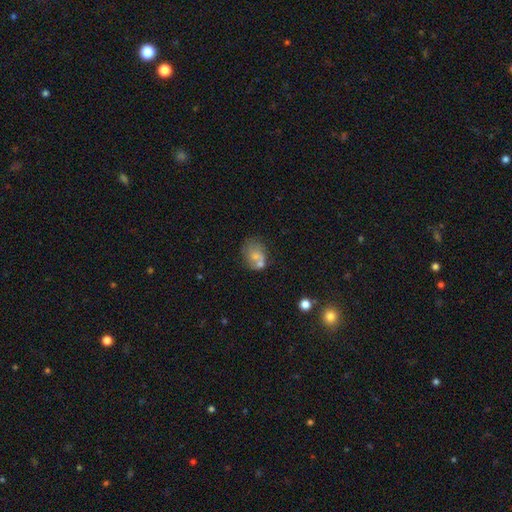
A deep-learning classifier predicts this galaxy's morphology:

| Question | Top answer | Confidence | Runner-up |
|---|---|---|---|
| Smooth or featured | smooth | 59% | featured or disk (30%) |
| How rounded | in between | 59% | round (40%) |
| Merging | none | 34% | merger (31%) |